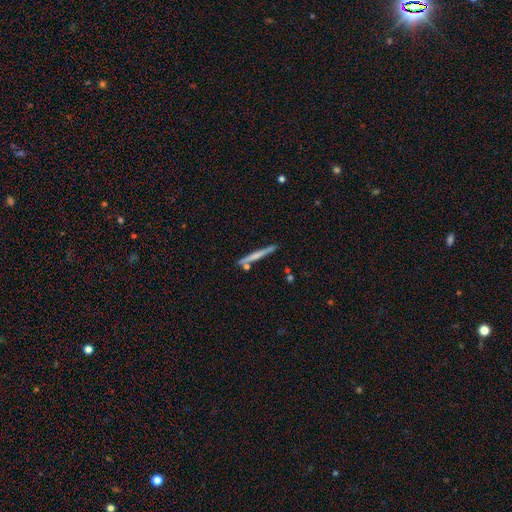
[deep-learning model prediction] Smooth or featured? Predicted: smooth (p=0.51). How rounded? Predicted: cigar-shaped (p=0.96). Merging? Predicted: none (p=0.83).